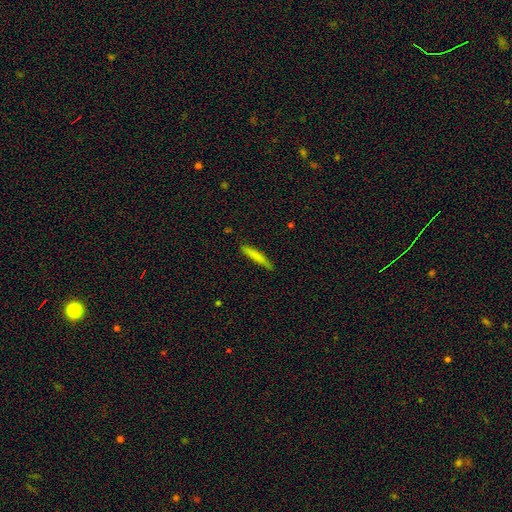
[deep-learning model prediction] This appears to be a smooth galaxy with no disk features (77%) that is cigar-shaped (94%). Merging: none (85%).